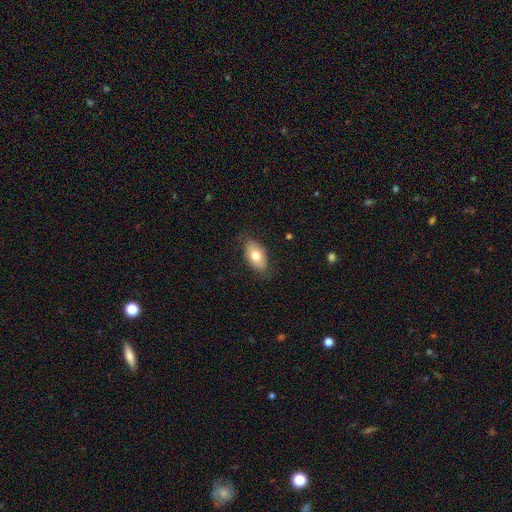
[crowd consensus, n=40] A smooth galaxy with no disk features (82%) that is in between round and cigar-shaped (97%). Merging: none (80%).